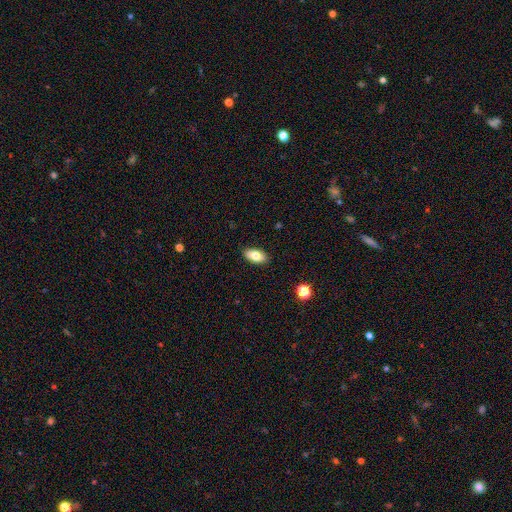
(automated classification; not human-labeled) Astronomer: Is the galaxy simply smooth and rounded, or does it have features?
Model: smooth — 78%.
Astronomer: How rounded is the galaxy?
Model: in between — 91%.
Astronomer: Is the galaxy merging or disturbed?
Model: none — 88%.